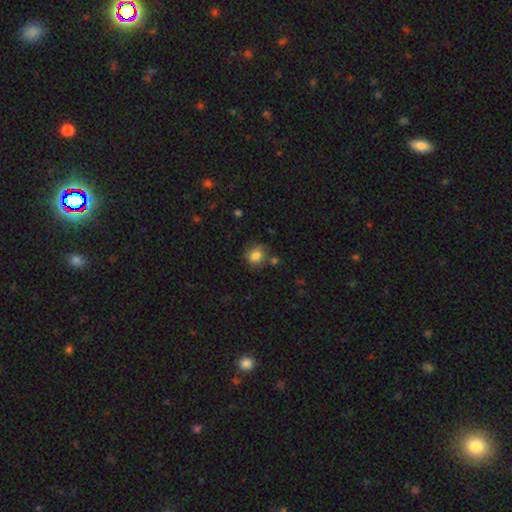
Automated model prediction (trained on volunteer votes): A smooth galaxy with no disk features (83%) that is round (76%).

Vote fractions:
- Smooth or featured? smooth: 83% / star or artifact: 10% / featured or disk: 7%
- How rounded? round: 76% / in between: 23% / cigar-shaped: 1%
- Merging? none: 73% / minor disturbance: 15% / merger: 8% / major disturbance: 4%